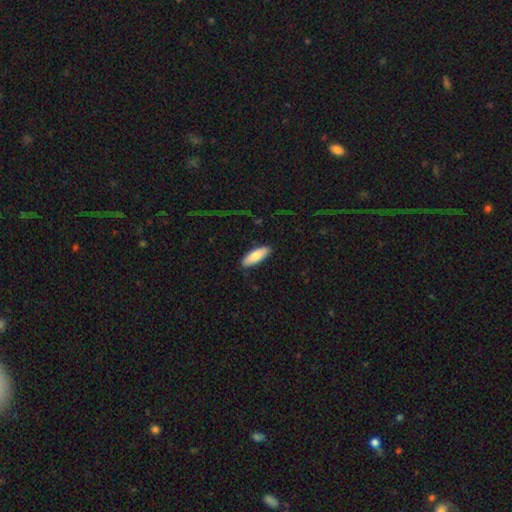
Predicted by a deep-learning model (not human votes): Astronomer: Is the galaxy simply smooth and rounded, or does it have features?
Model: smooth — 83%.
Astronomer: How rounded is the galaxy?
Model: in between — 59% (runner-up: cigar-shaped, 39%).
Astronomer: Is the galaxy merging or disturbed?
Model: none — 85%.